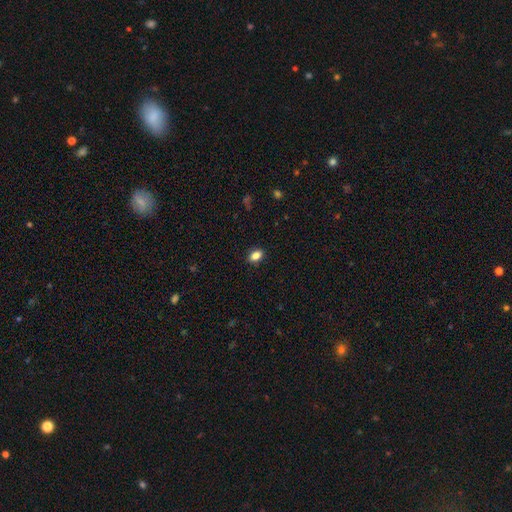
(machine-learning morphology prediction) smooth_or_featured: smooth (p=0.85) [alt: star or artifact p=0.10]
how_rounded: in between (p=0.81) [alt: round p=0.17]
merging: none (p=0.89) [alt: minor disturbance p=0.08]